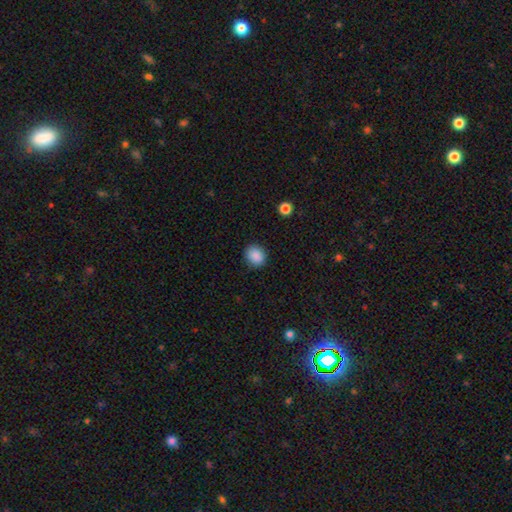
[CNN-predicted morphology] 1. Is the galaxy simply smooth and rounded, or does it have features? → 88% smooth, 9% star or artifact, 3% featured or disk.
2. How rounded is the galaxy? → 66% round, 33% in between, 1% cigar-shaped.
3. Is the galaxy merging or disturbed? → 88% none, 9% minor disturbance, 2% major disturbance, 1% merger.